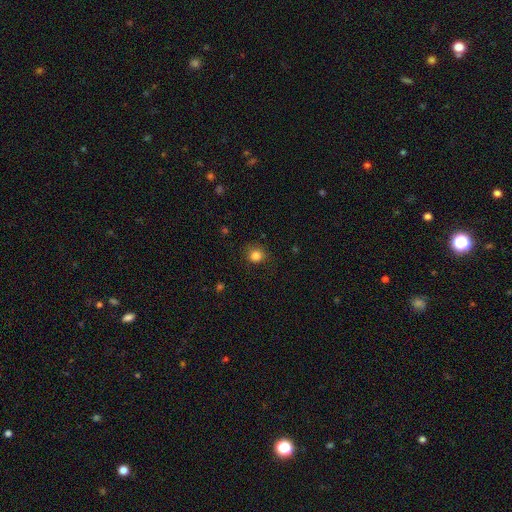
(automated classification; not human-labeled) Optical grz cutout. It shows a smooth galaxy with no disk features (84%) that is round (87%). Merging: none (83%).